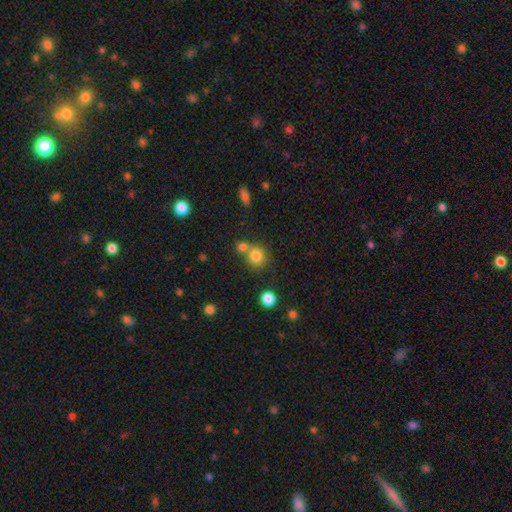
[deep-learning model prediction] This appears to be a smooth galaxy with no disk features (80%) that is round (86%). Merging: none (57%).